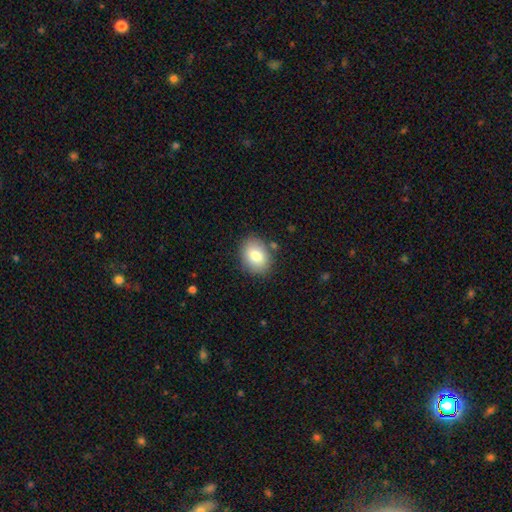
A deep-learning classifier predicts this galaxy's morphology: Smooth or featured: smooth — 80% (featured or disk — 12%)
How rounded: in between — 65% (round — 34%)
Merging: none — 84% (minor disturbance — 11%)